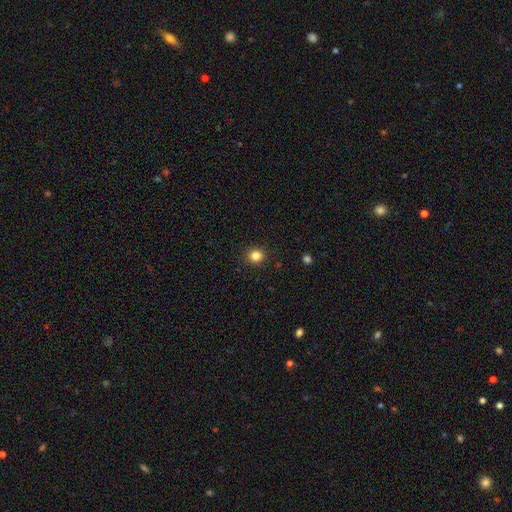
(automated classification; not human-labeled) A smooth galaxy with no disk features (83%) that is round (89%).

Vote fractions:
- Smooth or featured? smooth: 83% / star or artifact: 12% / featured or disk: 5%
- How rounded? round: 89% / in between: 10% / cigar-shaped: 1%
- Merging? none: 92% / minor disturbance: 5% / major disturbance: 2% / merger: 1%